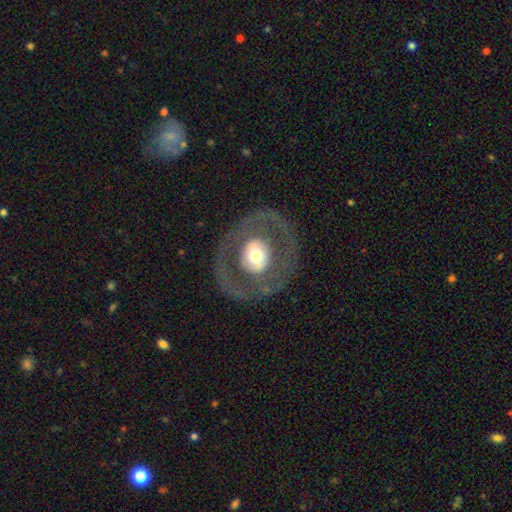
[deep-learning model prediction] smooth-or-featured: featured or disk: 58% | smooth: 36% | star or artifact: 7%
  disk-edge-on: no: 94% | yes: 6%
    bar: no: 75% | weak: 16% | strong: 9%
    has-spiral-arms: no: 80% | yes: 20%
    bulge-size: moderate: 52% | large: 34% | small: 7% | dominant: 6% | none: 1%
  merging: none: 78% | major disturbance: 11% | minor disturbance: 9% | merger: 1%